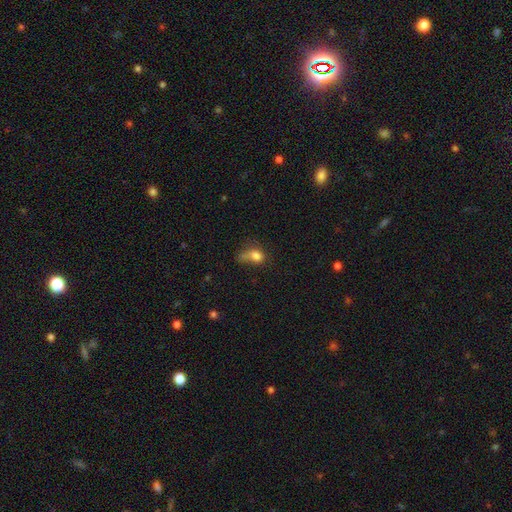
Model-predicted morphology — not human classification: Smooth or featured?
  - smooth: 74% *
  - featured or disk: 15%
  - star or artifact: 11%
How rounded?
  - in between: 66% *
  - round: 31%
  - cigar-shaped: 3%
Merging?
  - major disturbance: 41% *
  - minor disturbance: 25%
  - none: 24%
  - merger: 10%